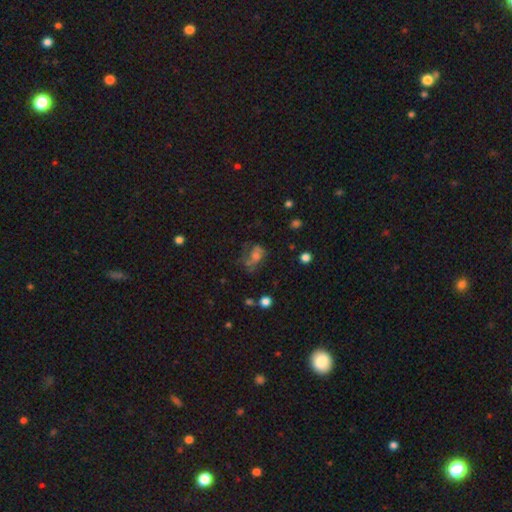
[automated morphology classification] This appears to be a smooth galaxy with no disk features (37%). Merging: major disturbance (36%, tied with none).